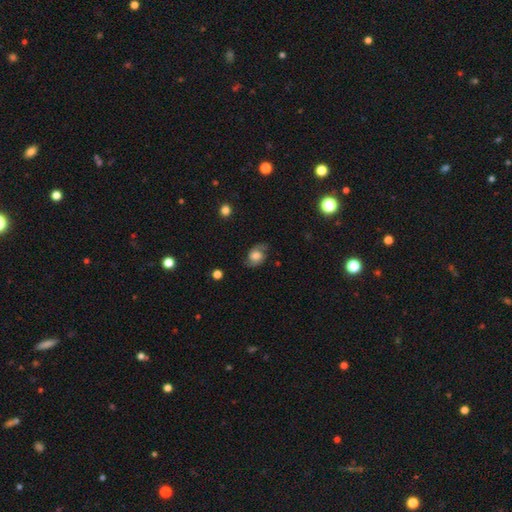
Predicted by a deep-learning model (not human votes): This is possibly a featured or disk galaxy (54%). It is clearly not viewed edge-on (96%). Bar: likely no (67%). Spiral arm pattern: clearly yes (87%). Central bulge: marginally large (40%). Merging: likely none (73%).